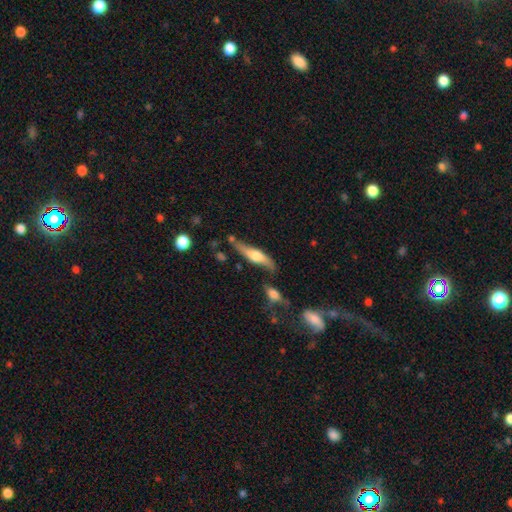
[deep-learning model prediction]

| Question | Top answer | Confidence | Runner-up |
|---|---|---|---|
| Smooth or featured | featured or disk | 57% | smooth (38%) |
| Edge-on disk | yes | 80% | no (20%) |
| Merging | none | 64% | minor disturbance (21%) |